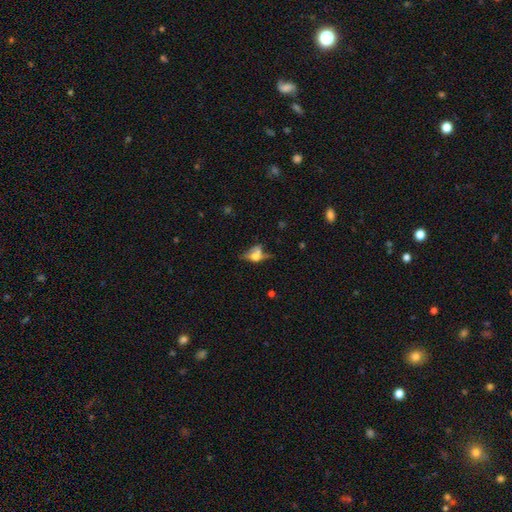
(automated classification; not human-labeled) Q: Smooth or featured?
A: smooth (47%); runner-up: featured or disk (39%)
Q: Merging?
A: none (35%); runner-up: merger (31%)